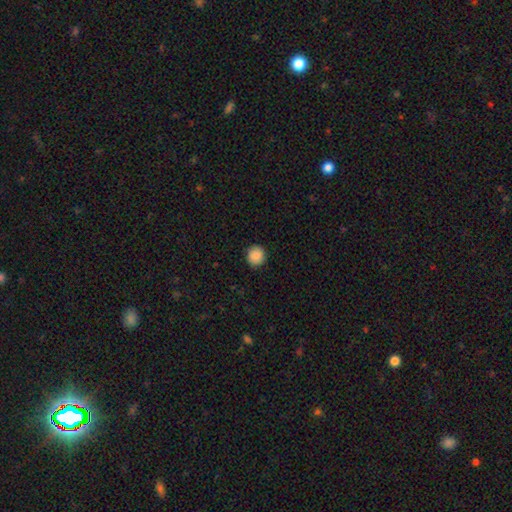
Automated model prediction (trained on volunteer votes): Smooth or featured?
  - smooth: 88% *
  - star or artifact: 8%
  - featured or disk: 3%
How rounded?
  - round: 92% *
  - in between: 7%
  - cigar-shaped: 1%
Merging?
  - none: 91% *
  - minor disturbance: 6%
  - major disturbance: 2%
  - merger: 1%